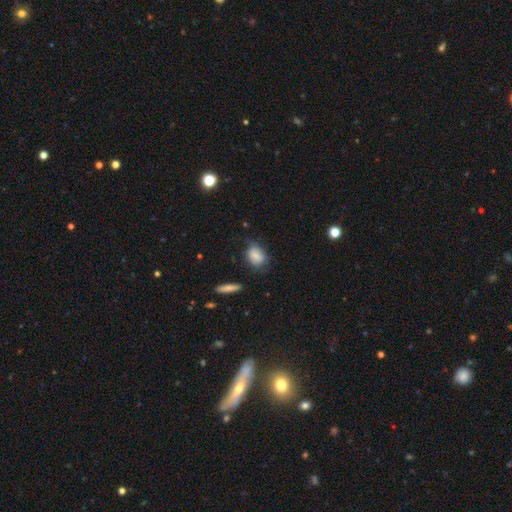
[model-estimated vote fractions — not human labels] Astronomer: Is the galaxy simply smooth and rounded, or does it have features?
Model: smooth — 78%.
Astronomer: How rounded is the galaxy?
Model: in between — 67%.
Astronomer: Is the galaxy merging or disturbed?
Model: none — 58%.